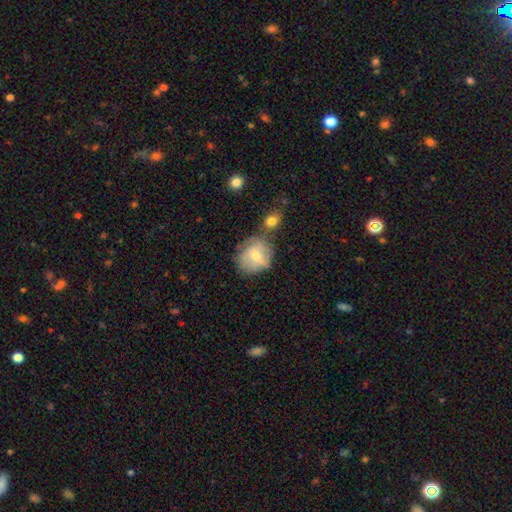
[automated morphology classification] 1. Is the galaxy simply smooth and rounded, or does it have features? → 62% smooth, 30% featured or disk, 8% star or artifact.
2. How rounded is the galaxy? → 70% round, 29% in between, 1% cigar-shaped.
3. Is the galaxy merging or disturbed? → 44% none, 23% merger, 22% minor disturbance, 10% major disturbance.